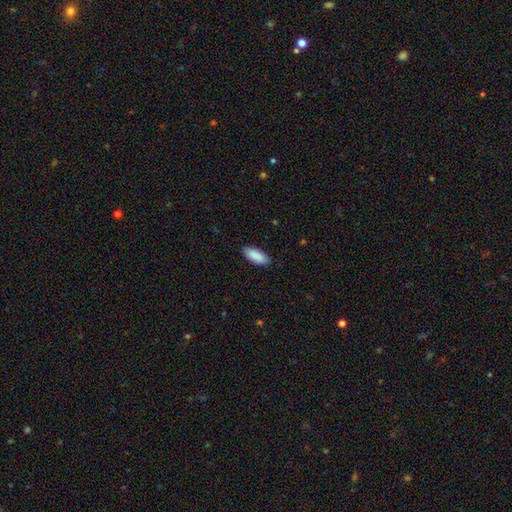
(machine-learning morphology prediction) smooth 90%, star or artifact 6%, featured or disk 4%. Down the decision tree: how rounded — in between (78%); merging — none (88%).